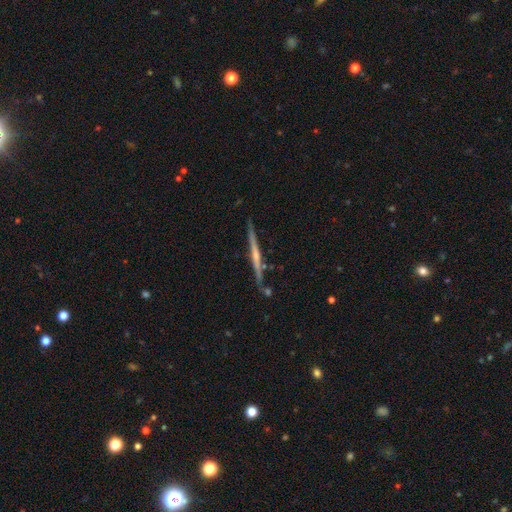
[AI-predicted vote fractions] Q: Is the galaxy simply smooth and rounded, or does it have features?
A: featured or disk — 74%.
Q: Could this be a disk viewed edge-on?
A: yes — 98%.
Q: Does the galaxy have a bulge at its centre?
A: rounded — 50%.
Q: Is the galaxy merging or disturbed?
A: none — 80%.